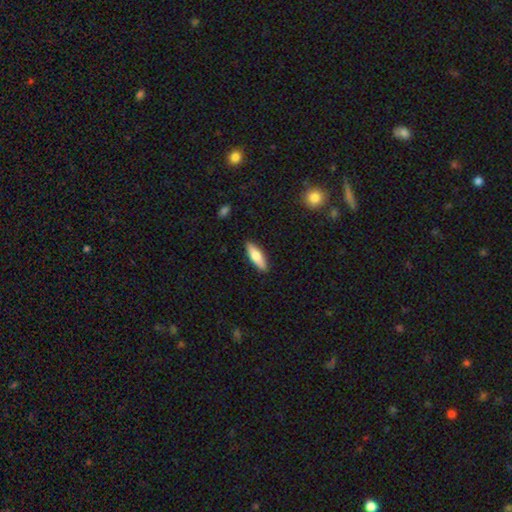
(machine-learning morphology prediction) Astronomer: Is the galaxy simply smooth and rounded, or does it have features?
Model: smooth — 73%.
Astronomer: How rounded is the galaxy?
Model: cigar-shaped — 53% (runner-up: in between, 45%).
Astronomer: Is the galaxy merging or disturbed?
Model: none — 89%.